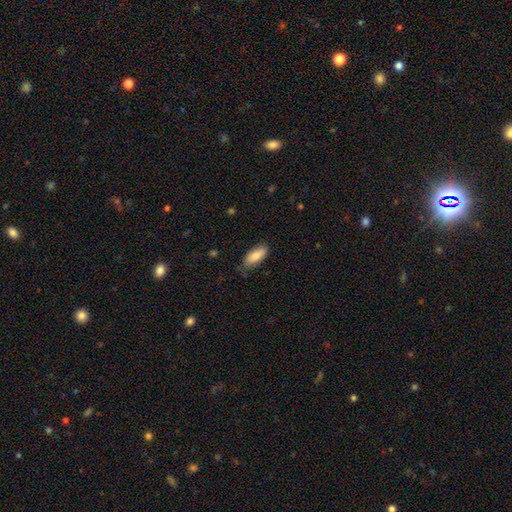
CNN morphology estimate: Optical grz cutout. It shows a smooth galaxy with no disk features (82%) that is in between round and cigar-shaped (84%). Merging: none (76%).